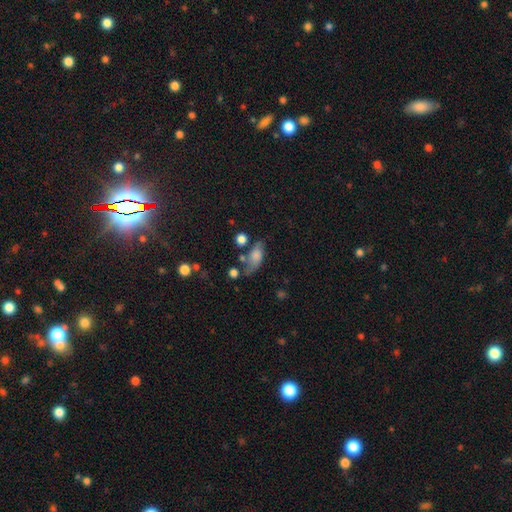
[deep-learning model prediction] Smooth or featured: smooth — 66% (featured or disk — 25%)
How rounded: in between — 83% (cigar-shaped — 10%)
Merging: none — 43% (minor disturbance — 29%)